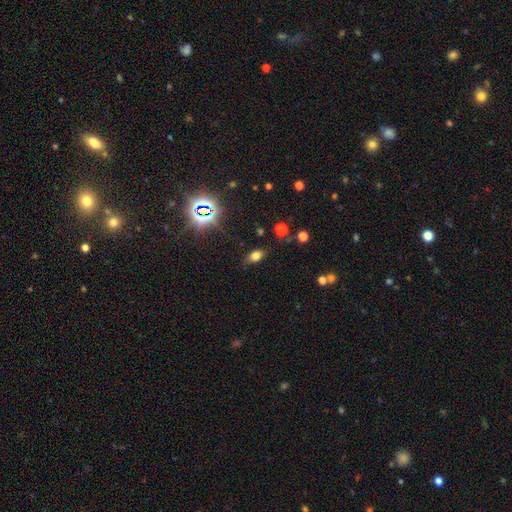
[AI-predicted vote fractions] Smooth or featured? smooth (70%)
How rounded? in between (81%)
Merging? none (76%)